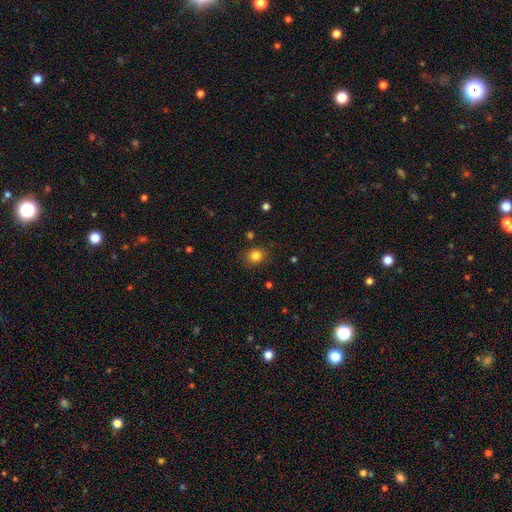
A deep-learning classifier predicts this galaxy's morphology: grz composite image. It shows a smooth galaxy with no disk features (83%) that is round (77%). Merging: none (84%).